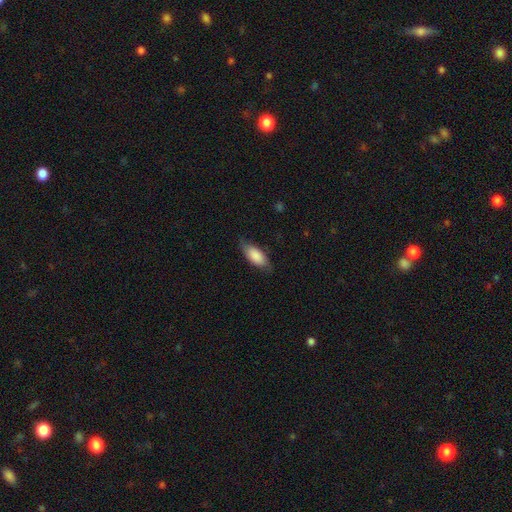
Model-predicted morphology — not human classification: A smooth galaxy with no disk features (82%) that is in between round and cigar-shaped (84%).

Vote fractions:
- Smooth or featured? smooth: 82% / featured or disk: 13% / star or artifact: 6%
- How rounded? in between: 84% / cigar-shaped: 14% / round: 2%
- Merging? none: 74% / minor disturbance: 20% / major disturbance: 5% / merger: 1%